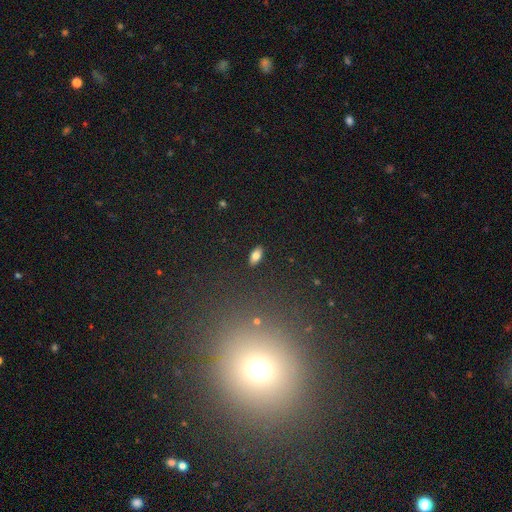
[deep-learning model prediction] Smooth or featured?
  - smooth: 79% *
  - featured or disk: 11%
  - star or artifact: 10%
How rounded?
  - in between: 90% *
  - cigar-shaped: 6%
  - round: 4%
Merging?
  - none: 89% *
  - minor disturbance: 7%
  - major disturbance: 2%
  - merger: 1%